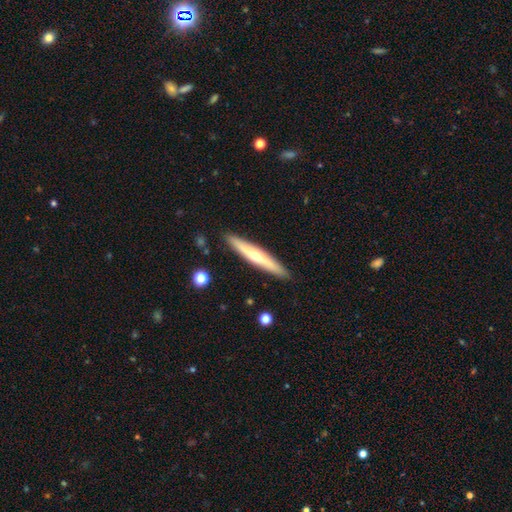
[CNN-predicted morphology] smooth-or-featured: featured or disk: 59% | smooth: 35% | star or artifact: 6%
  disk-edge-on: yes: 93% | no: 7%
    edge-on-bulge: rounded: 82% | none: 16% | boxy: 2%
  merging: none: 90% | minor disturbance: 7% | merger: 1% | major disturbance: 1%